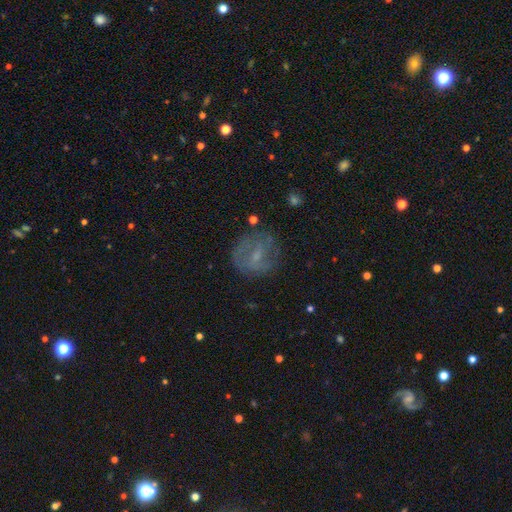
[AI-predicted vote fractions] smooth-or-featured: featured or disk: 51% | smooth: 37% | star or artifact: 12%
  disk-edge-on: no: 96% | yes: 4%
  merging: none: 69% | minor disturbance: 18% | major disturbance: 11% | merger: 2%